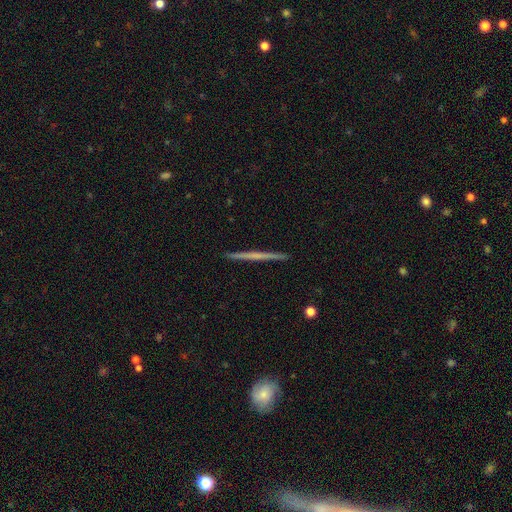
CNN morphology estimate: smooth-or-featured: featured or disk: 61% | smooth: 34% | star or artifact: 6%
  disk-edge-on: yes: 98% | no: 2%
    edge-on-bulge: none: 83% | rounded: 12% | boxy: 4%
  merging: none: 93% | minor disturbance: 5% | major disturbance: 1% | merger: 1%